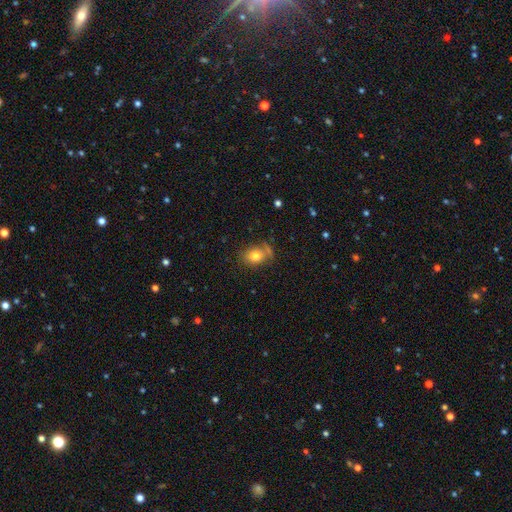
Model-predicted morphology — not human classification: A smooth galaxy with no disk features (77%) that is in between round and cigar-shaped (50%).

Vote fractions:
- Smooth or featured? smooth: 77% / featured or disk: 13% / star or artifact: 11%
- How rounded? in between: 50% / round: 49% / cigar-shaped: 1%
- Merging? none: 64% / minor disturbance: 20% / merger: 9% / major disturbance: 7%